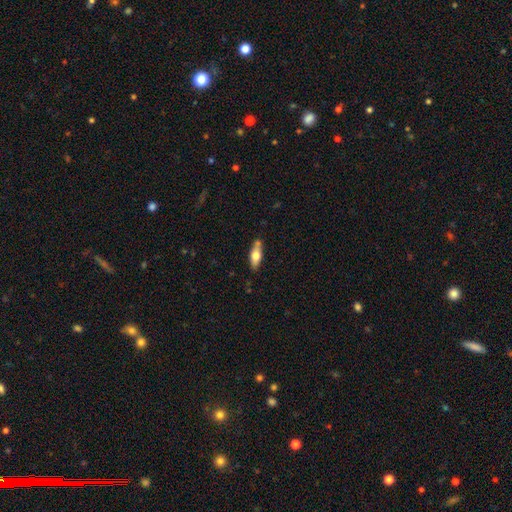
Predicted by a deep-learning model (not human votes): The model was most divided on "smooth or featured": smooth: 61%, featured or disk: 33%, star or artifact: 6%. More confident: merging — none (73%); how rounded — in between (62%).